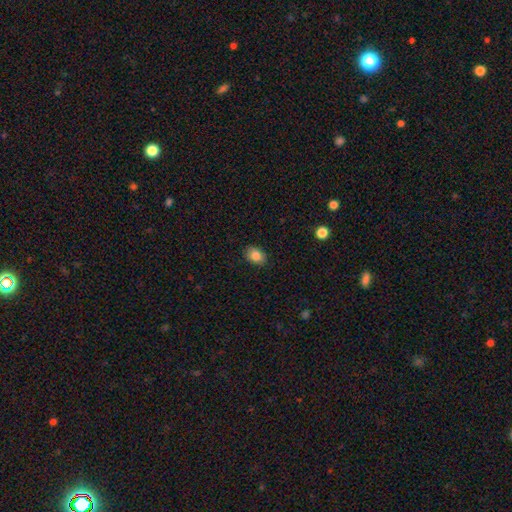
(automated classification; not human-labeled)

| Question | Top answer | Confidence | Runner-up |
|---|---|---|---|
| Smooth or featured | smooth | 85% | star or artifact (9%) |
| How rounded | in between | 78% | round (21%) |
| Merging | none | 87% | minor disturbance (10%) |